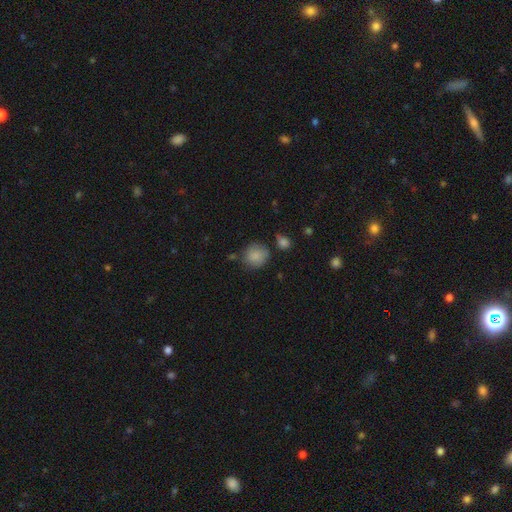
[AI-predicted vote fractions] smooth_or_featured: smooth (p=0.85) [alt: star or artifact p=0.08]
how_rounded: round (p=0.85) [alt: in between p=0.14]
merging: none (p=0.68) [alt: minor disturbance p=0.20]